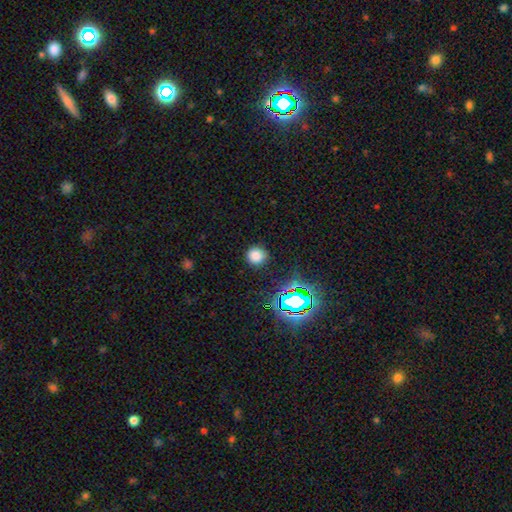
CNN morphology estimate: Smooth or featured? smooth (76%)
How rounded? round (91%)
Merging? none (87%)